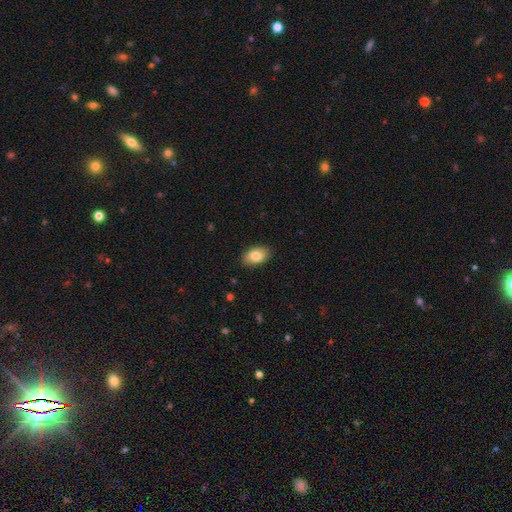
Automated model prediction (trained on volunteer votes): Smooth or featured? Predicted: smooth (p=0.83). How rounded? Predicted: in between (p=0.90). Merging? Predicted: none (p=0.87).